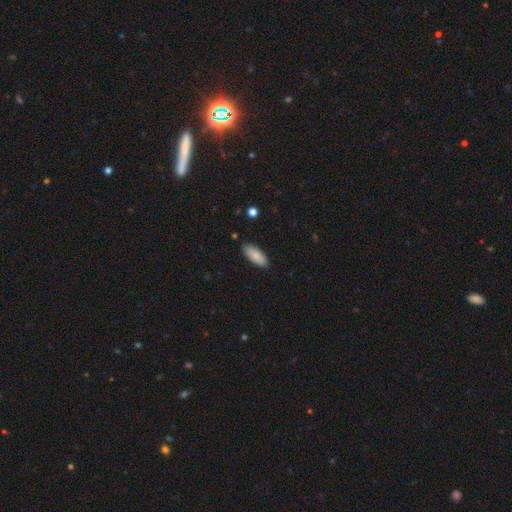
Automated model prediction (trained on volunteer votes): The model was most divided on "how rounded": in between: 82%, cigar-shaped: 17%, round: 2%. More confident: merging — none (88%); smooth or featured — smooth (87%).